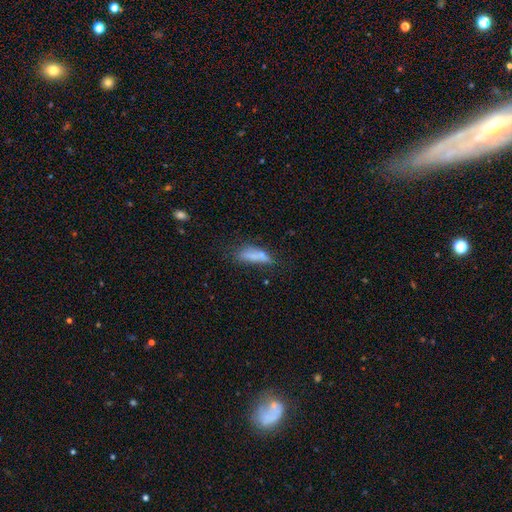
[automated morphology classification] Smooth or featured?
  - smooth: 67% *
  - featured or disk: 22%
  - star or artifact: 12%
How rounded?
  - cigar-shaped: 50% *
  - in between: 47%
  - round: 3%
Merging?
  - none: 40% *
  - minor disturbance: 28%
  - major disturbance: 20%
  - merger: 12%